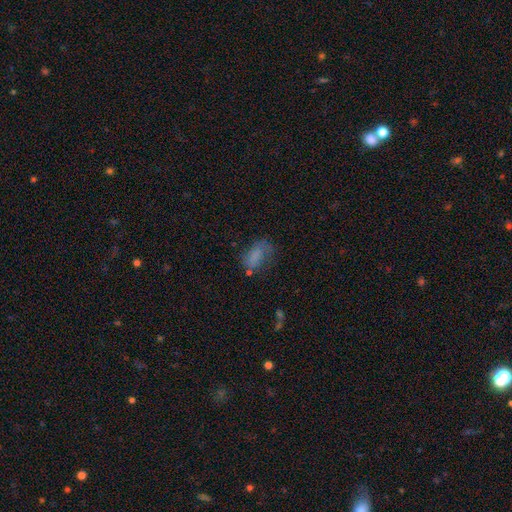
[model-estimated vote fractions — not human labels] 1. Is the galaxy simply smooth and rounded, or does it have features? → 66% smooth, 21% featured or disk, 13% star or artifact.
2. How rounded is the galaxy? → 87% in between, 9% round, 4% cigar-shaped.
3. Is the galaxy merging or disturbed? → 42% none, 27% minor disturbance, 25% major disturbance, 5% merger.